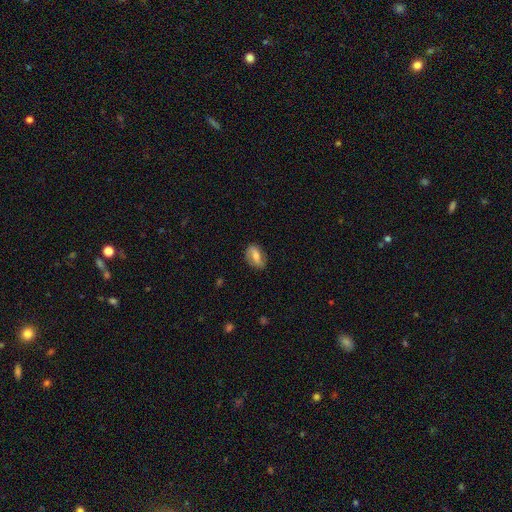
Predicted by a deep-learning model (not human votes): smooth-or-featured: smooth: 46% (tied) | featured or disk: 46% (tied) | star or artifact: 8%
  merging: none: 79% | minor disturbance: 16% | major disturbance: 4% | merger: 1%